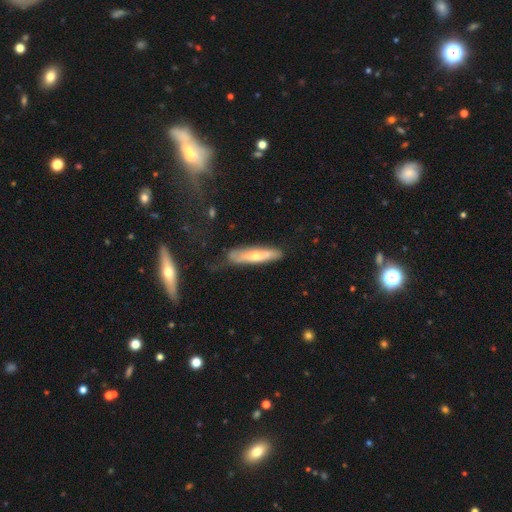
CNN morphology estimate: A smooth galaxy with no disk features (49%). Merging: none (69%).